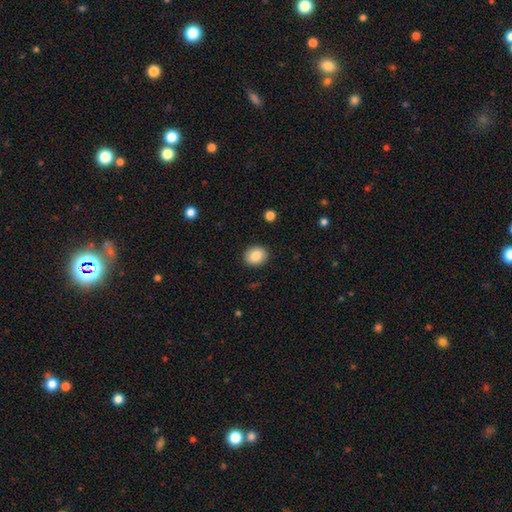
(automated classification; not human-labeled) This appears to be a smooth galaxy with no disk features (88%) that is round (56%). Merging: none (90%).